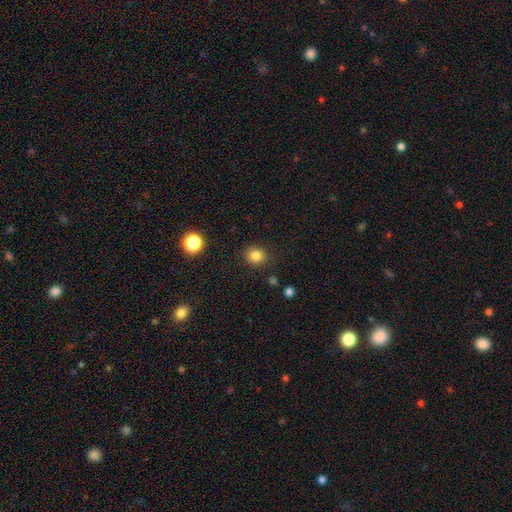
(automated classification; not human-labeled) Overall: smooth (83%). How rounded: round (80%). Merging: none (88%).